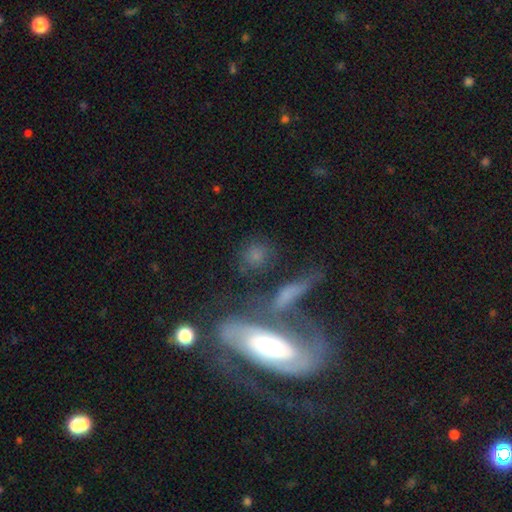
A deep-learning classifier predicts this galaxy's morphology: Q: Smooth or featured?
A: smooth (61%); runner-up: featured or disk (25%)
Q: How rounded?
A: round (51%); runner-up: in between (35%)
Q: Merging?
A: none (61%); runner-up: merger (15%)